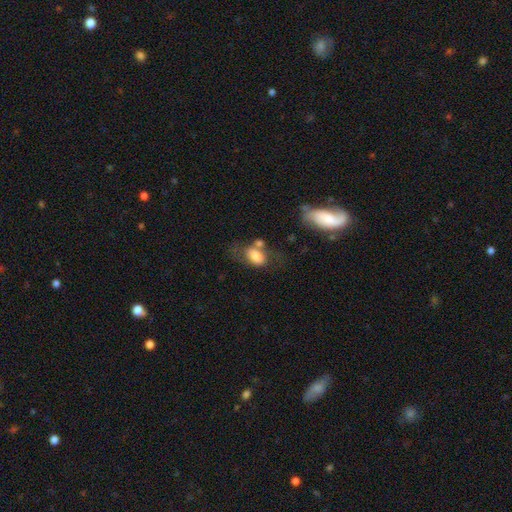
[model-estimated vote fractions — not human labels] The model was most divided on "merging": none: 37%, merger: 25%, minor disturbance: 21%, major disturbance: 18%. More confident: how rounded — in between (83%); smooth or featured — smooth (70%).